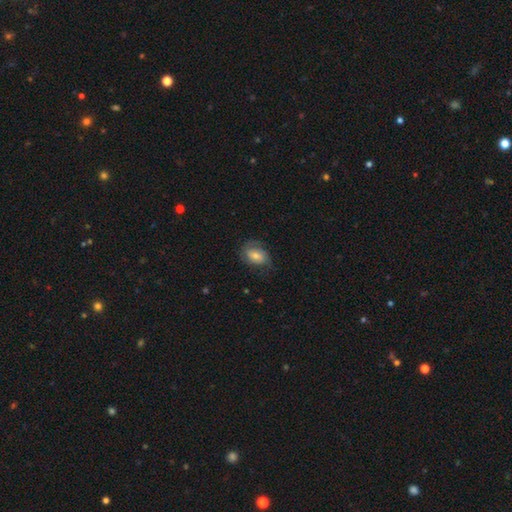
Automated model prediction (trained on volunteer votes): Q: Smooth or featured?
A: featured or disk (51%); runner-up: smooth (41%)
Q: Edge-on disk?
A: no (96%); runner-up: yes (4%)
Q: Merging?
A: none (62%); runner-up: minor disturbance (24%)